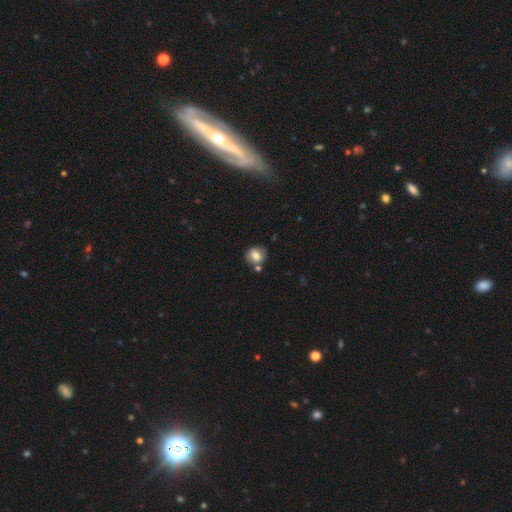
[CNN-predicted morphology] smooth 73%, featured or disk 18%, star or artifact 9%. Down the decision tree: how rounded — round (70%); merging — none (67%).